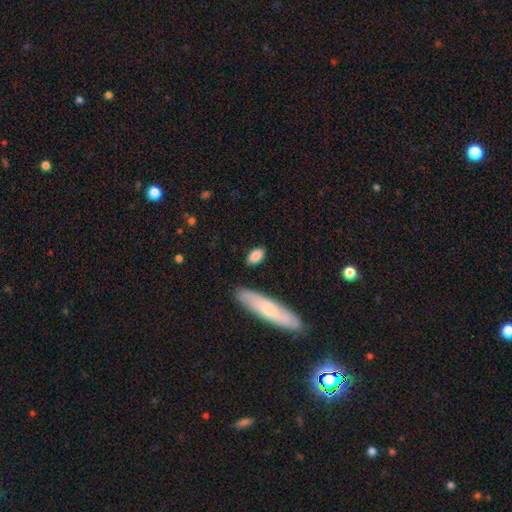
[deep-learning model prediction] Morphology: type=smooth (84%); roundness=in between (85%); merging=none (80%).